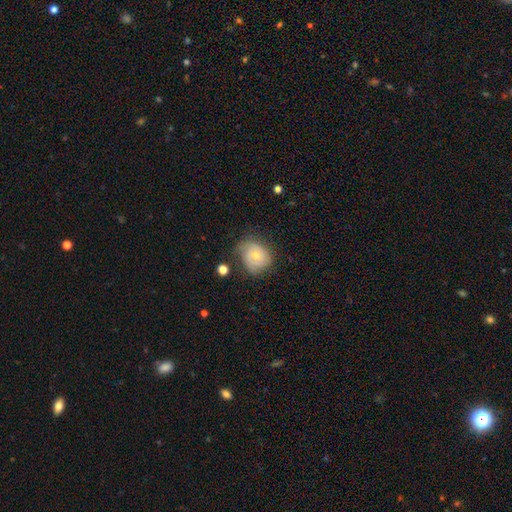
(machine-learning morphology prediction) A smooth galaxy with no disk features (46%, tied with featured or disk).

Vote fractions:
- Smooth or featured? smooth: 46% (tied) / featured or disk: 46% (tied) / star or artifact: 8%
- Merging? none: 58% / minor disturbance: 29% / major disturbance: 10% / merger: 2%